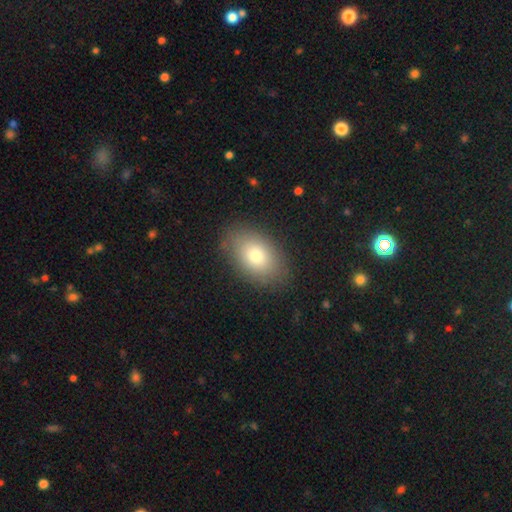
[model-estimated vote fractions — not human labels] A smooth galaxy with no disk features (78%) that is in between round and cigar-shaped (87%).

Vote fractions:
- Smooth or featured? smooth: 78% / featured or disk: 14% / star or artifact: 9%
- How rounded? in between: 87% / round: 12% / cigar-shaped: 1%
- Merging? none: 85% / minor disturbance: 10% / major disturbance: 3% / merger: 1%